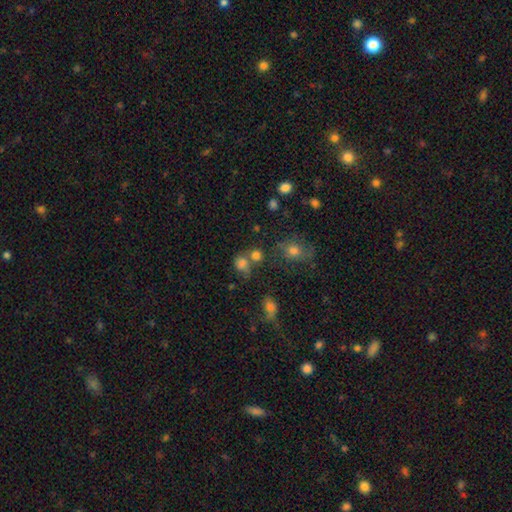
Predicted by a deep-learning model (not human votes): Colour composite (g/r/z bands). It shows a smooth galaxy with no disk features (74%) that is round (77%). Merging: none (53%).